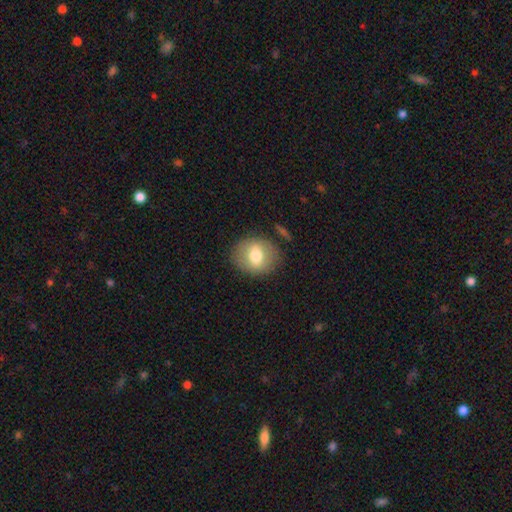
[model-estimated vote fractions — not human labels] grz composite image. It shows a smooth galaxy with no disk features (69%) that is round (60%). Merging: none (82%).